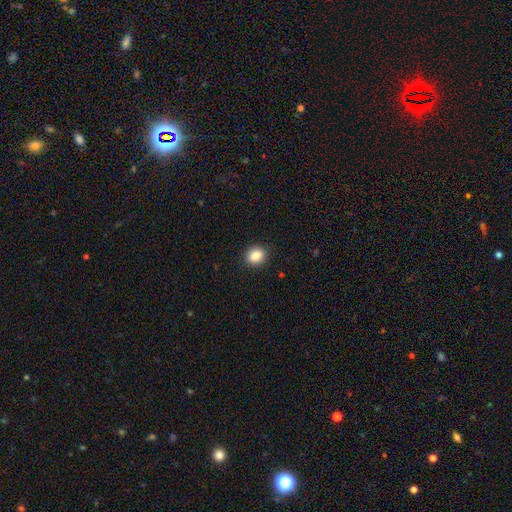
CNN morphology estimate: Smooth or featured? smooth (86%)
How rounded? in between (50%)
Merging? none (89%)